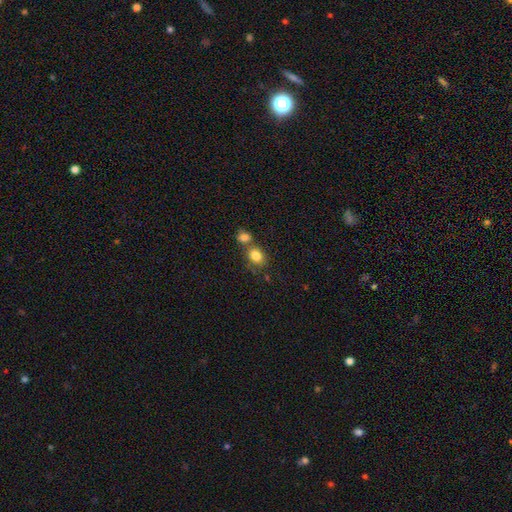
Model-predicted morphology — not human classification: Q: Smooth or featured?
A: smooth (83%); runner-up: star or artifact (10%)
Q: How rounded?
A: round (53%); runner-up: in between (46%)
Q: Merging?
A: none (49%); runner-up: merger (37%)